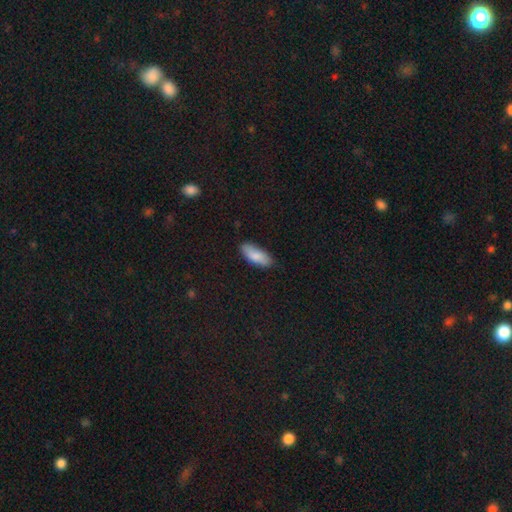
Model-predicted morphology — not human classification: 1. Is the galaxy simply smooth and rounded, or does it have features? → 84% smooth, 10% featured or disk, 6% star or artifact.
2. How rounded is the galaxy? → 79% in between, 20% cigar-shaped, 2% round.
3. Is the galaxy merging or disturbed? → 83% none, 14% minor disturbance, 2% major disturbance, 1% merger.